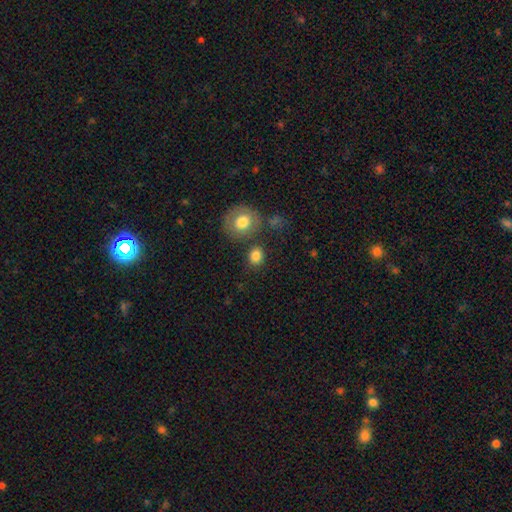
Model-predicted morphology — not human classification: smooth 83%, star or artifact 10%, featured or disk 7%. Down the decision tree: how rounded — round (71%); merging — none (75%).